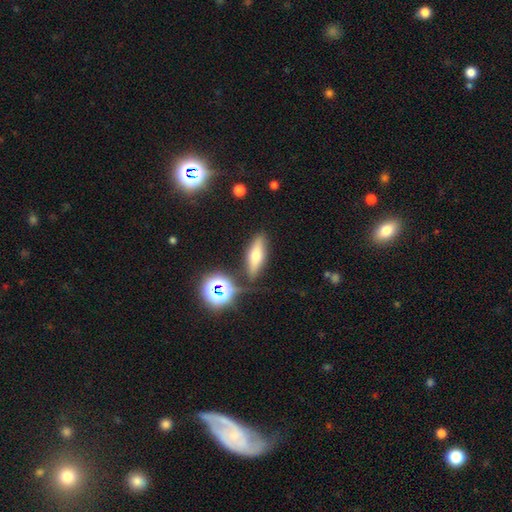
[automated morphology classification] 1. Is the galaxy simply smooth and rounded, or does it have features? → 51% smooth, 32% featured or disk, 17% star or artifact.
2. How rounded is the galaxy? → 48% cigar-shaped, 44% in between, 7% round.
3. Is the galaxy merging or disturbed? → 80% none, 11% minor disturbance, 5% merger, 4% major disturbance.